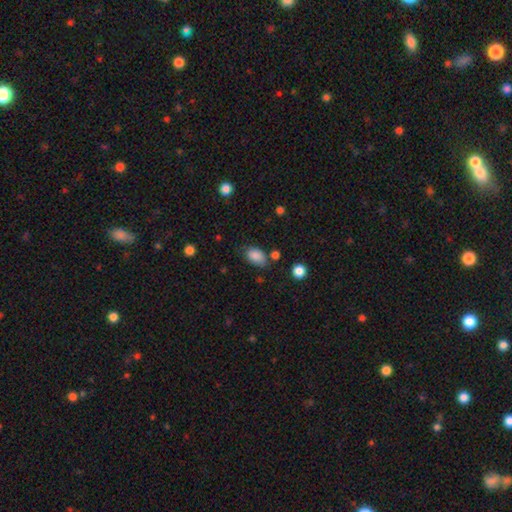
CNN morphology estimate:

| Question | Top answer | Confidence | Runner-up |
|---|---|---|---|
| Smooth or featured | smooth | 86% | star or artifact (9%) |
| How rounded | in between | 85% | round (13%) |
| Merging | none | 61% | minor disturbance (27%) |